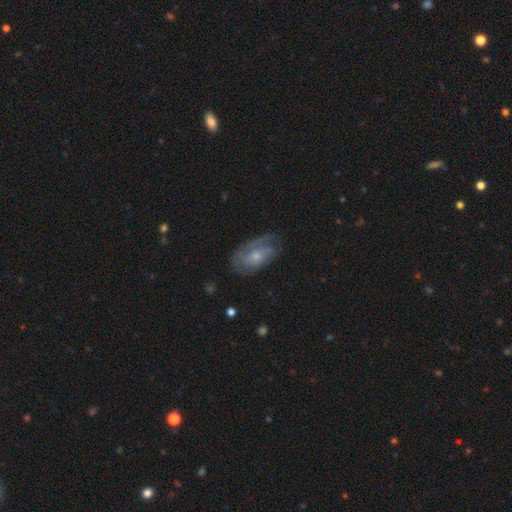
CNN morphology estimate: This appears to be a featured or disk galaxy (65%) with no bar (72%), tight (44%) spiral arms (82%) and a small central bulge (57%). Merging: none (60%).